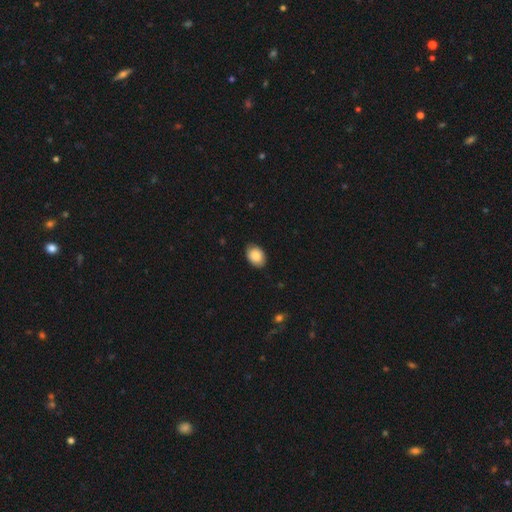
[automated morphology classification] A smooth galaxy with no disk features (84%) that is in between round and cigar-shaped (78%). Merging: none (83%).